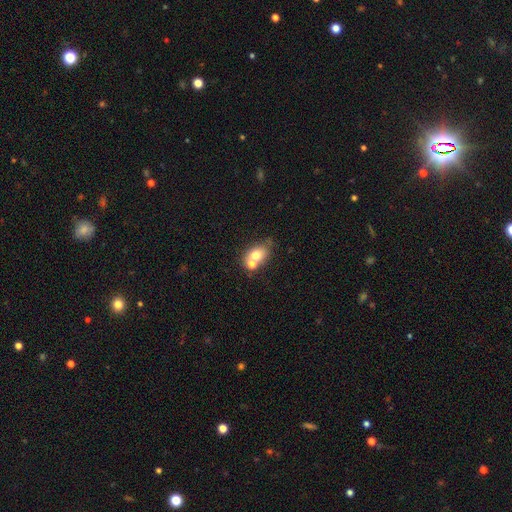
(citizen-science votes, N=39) Smooth or featured? smooth (69%)
How rounded? in between (70%)
Merging? merger (50%)